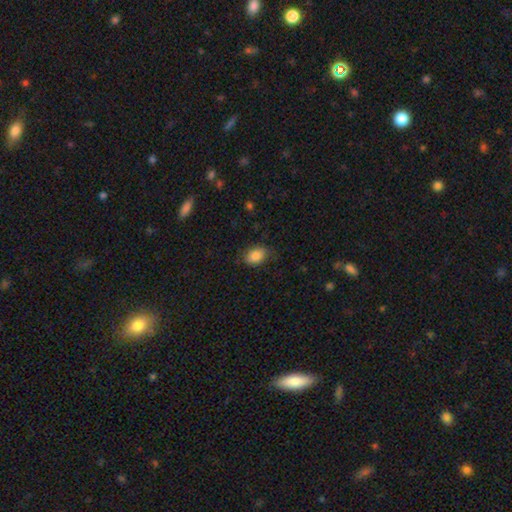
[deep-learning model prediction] This appears to be a smooth galaxy with no disk features (86%) that is in between round and cigar-shaped (81%). Merging: none (76%).